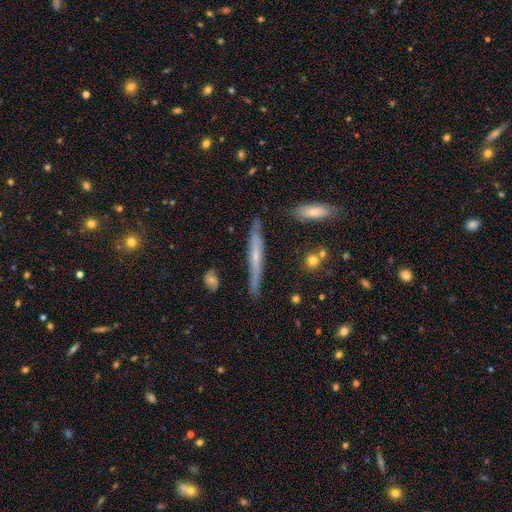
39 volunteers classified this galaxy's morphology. Smooth or featured? featured or disk (46%)
Edge-on disk? yes (94%)
Edge-on bulge? none (59%)
Merging? none (69%)